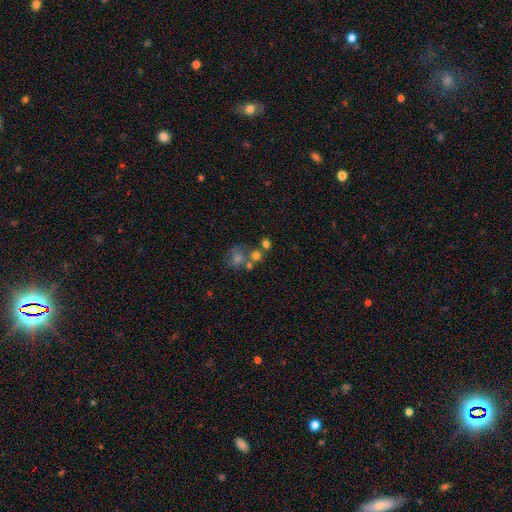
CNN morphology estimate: smooth_or_featured: smooth (p=0.67) [alt: star or artifact p=0.17]
how_rounded: round (p=0.78) [alt: in between p=0.21]
merging: none (p=0.47) [alt: merger p=0.38]